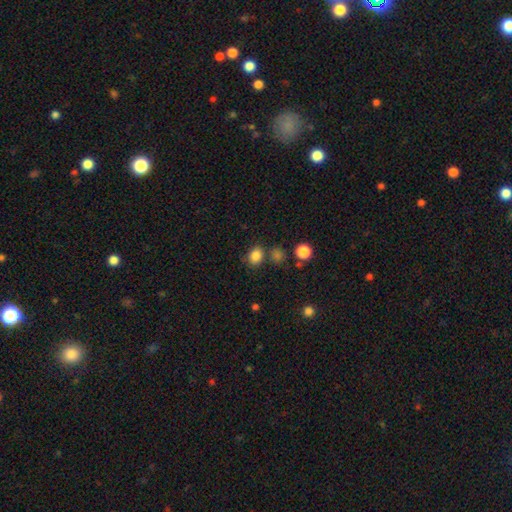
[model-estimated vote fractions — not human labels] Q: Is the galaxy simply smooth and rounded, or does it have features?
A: smooth — 83%.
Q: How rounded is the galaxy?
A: in between — 52%.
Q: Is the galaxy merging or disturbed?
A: none — 71%.